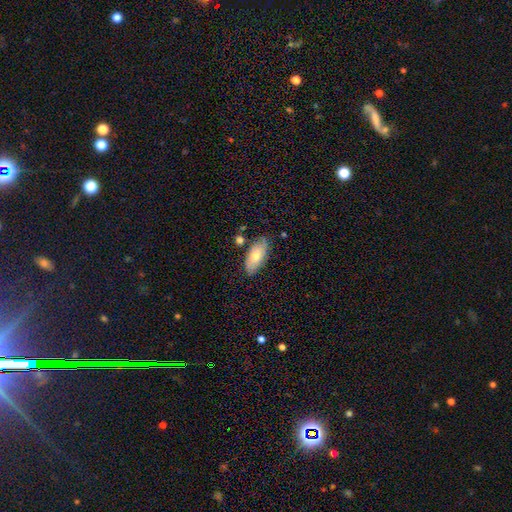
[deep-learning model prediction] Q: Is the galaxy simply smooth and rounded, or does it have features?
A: smooth — 64%.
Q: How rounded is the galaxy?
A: in between — 90%.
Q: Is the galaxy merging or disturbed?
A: none — 76%.